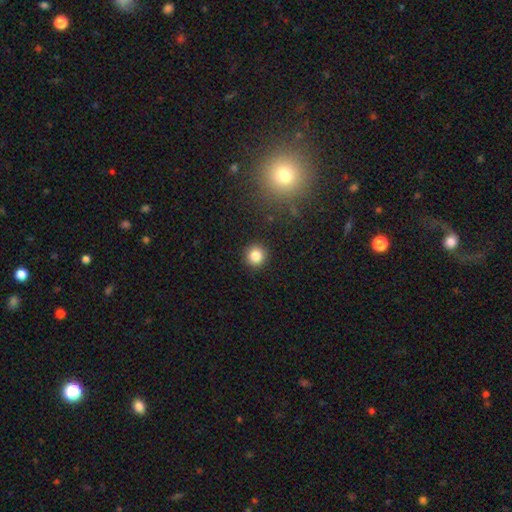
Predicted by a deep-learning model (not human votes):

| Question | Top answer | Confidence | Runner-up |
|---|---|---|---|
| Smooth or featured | smooth | 84% | star or artifact (11%) |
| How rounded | round | 94% | in between (5%) |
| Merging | none | 91% | minor disturbance (5%) |